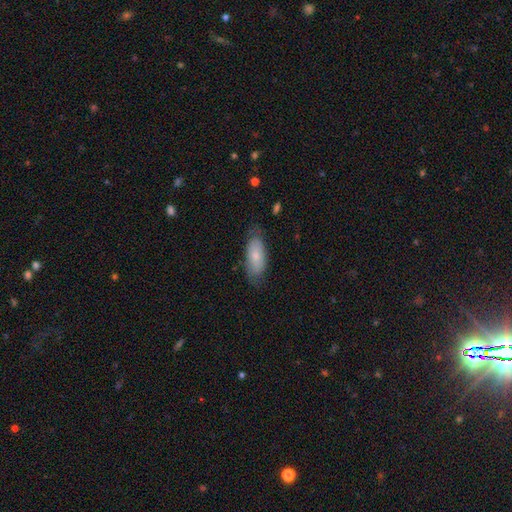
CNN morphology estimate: This appears to be a smooth galaxy with no disk features (69%) that is in between round and cigar-shaped (83%). Merging: none (72%).